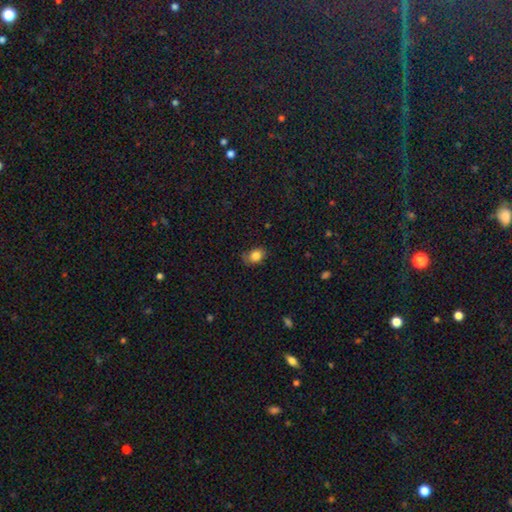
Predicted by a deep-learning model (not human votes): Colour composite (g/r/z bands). It shows a smooth galaxy with no disk features (83%) that is in between round and cigar-shaped (57%). Merging: none (68%).